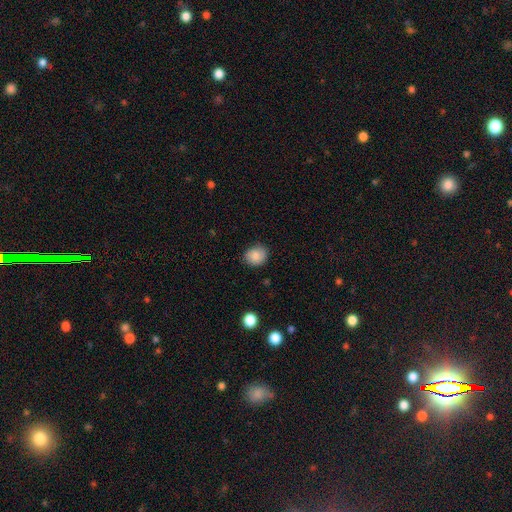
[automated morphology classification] Smooth or featured? Predicted: smooth (p=0.83). How rounded? Predicted: round (p=0.71). Merging? Predicted: none (p=0.80).